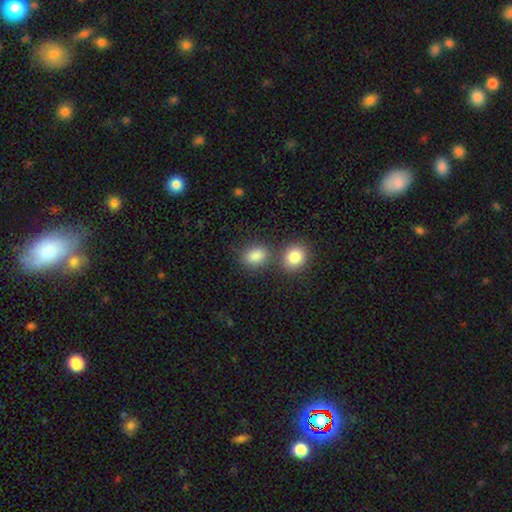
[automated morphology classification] A smooth galaxy with no disk features (86%) that is in between round and cigar-shaped (64%). Merging: none (60%).